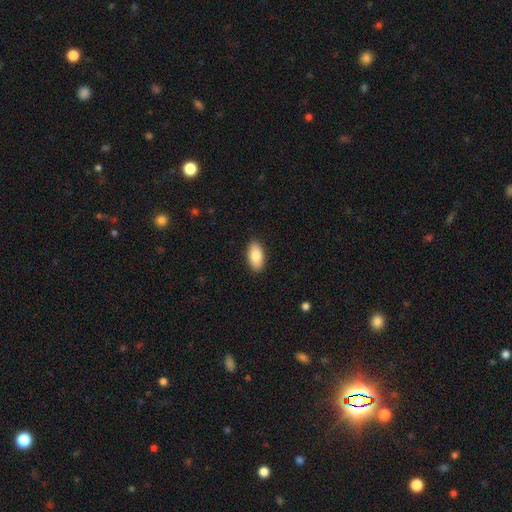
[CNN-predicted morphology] Smooth or featured?
  - smooth: 86% *
  - featured or disk: 8%
  - star or artifact: 6%
How rounded?
  - in between: 93% *
  - cigar-shaped: 4%
  - round: 3%
Merging?
  - none: 89% *
  - minor disturbance: 8%
  - major disturbance: 2%
  - merger: 1%